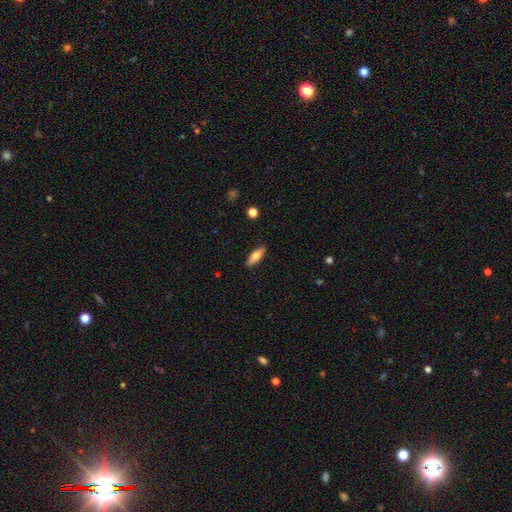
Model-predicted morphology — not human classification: A smooth galaxy with no disk features (67%) that is in between round and cigar-shaped (56%).

Vote fractions:
- Smooth or featured? smooth: 67% / featured or disk: 27% / star or artifact: 6%
- How rounded? in between: 56% / cigar-shaped: 42% / round: 2%
- Merging? none: 89% / minor disturbance: 8% / major disturbance: 2% / merger: 1%